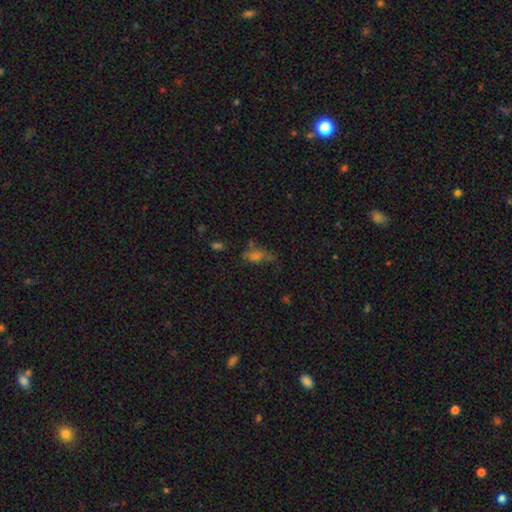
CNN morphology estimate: type=smooth (48%); merging=none (44%).